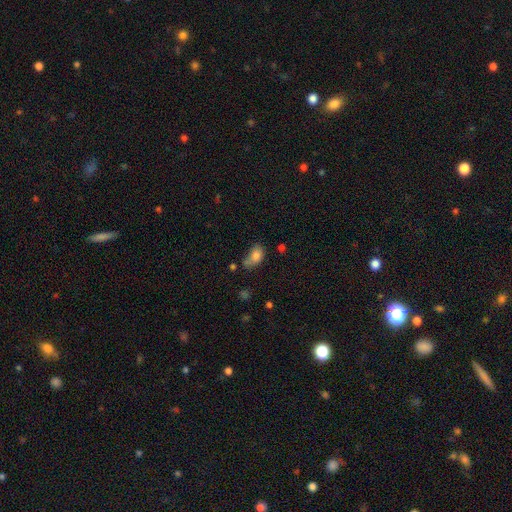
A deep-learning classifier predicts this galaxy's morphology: smooth 80%, star or artifact 10%, featured or disk 10%. Down the decision tree: how rounded — in between (81%); merging — none (37%).